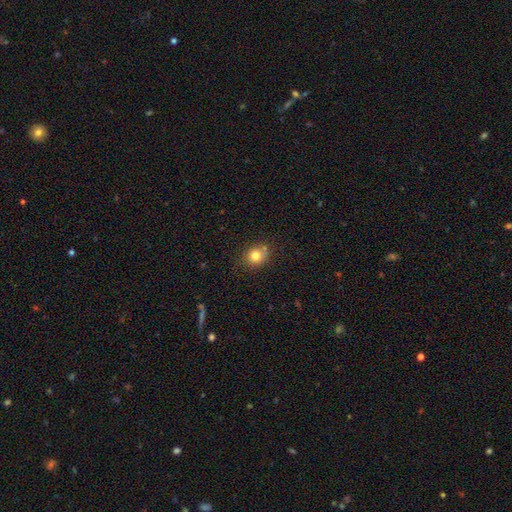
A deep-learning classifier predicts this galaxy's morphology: This appears to be a smooth galaxy with no disk features (79%) that is round (73%). Merging: none (71%).